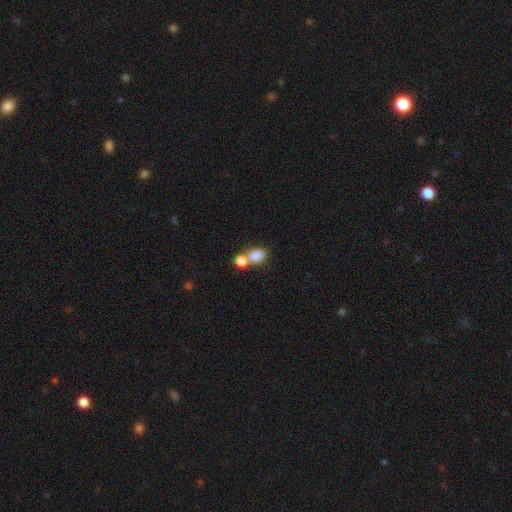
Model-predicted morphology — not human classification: smooth 82%, star or artifact 10%, featured or disk 8%. Down the decision tree: how rounded — in between (61%); merging — merger (50%).